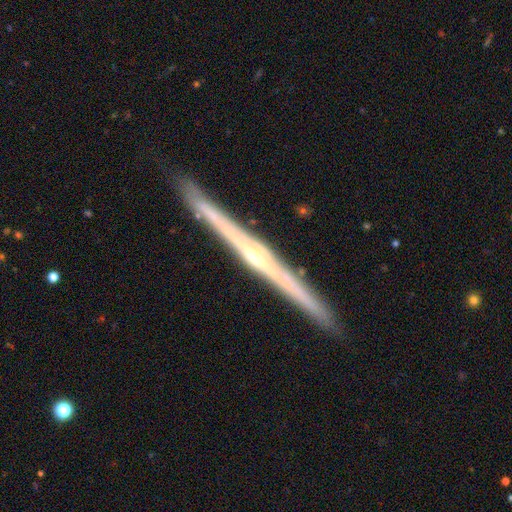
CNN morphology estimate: A featured or disk galaxy (83%) viewed edge-on (98%) with a rounded central bulge (68%). Merging: none (91%).